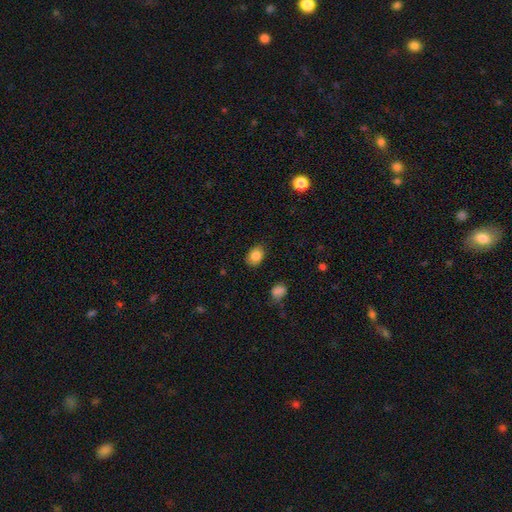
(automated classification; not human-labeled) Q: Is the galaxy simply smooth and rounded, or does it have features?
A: smooth — 84%.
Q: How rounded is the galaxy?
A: in between — 72%.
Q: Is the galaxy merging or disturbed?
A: none — 83%.